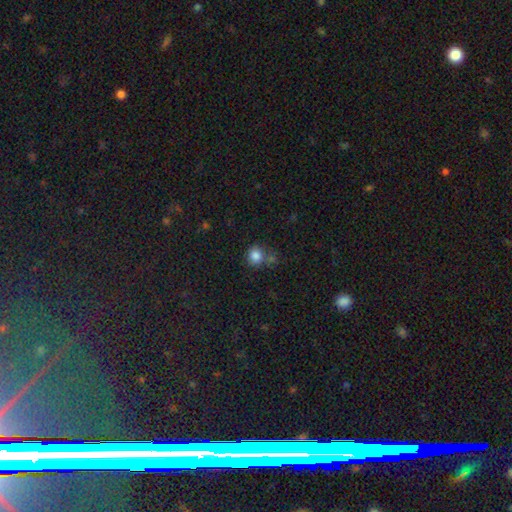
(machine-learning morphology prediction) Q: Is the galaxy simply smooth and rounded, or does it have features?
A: smooth — 83%.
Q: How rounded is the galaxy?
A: round — 85%.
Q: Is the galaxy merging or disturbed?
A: none — 65%.